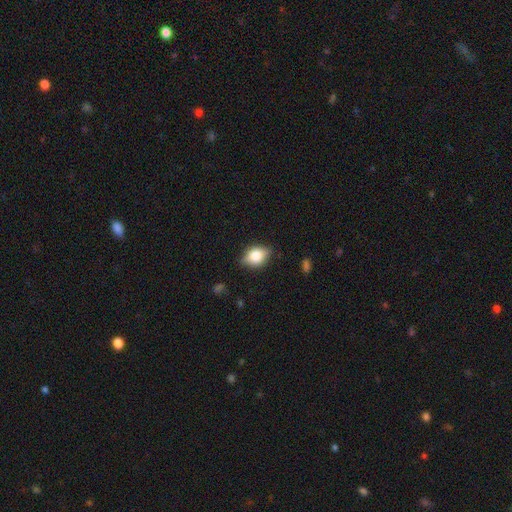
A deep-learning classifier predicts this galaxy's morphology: smooth_or_featured: smooth (p=0.70) [alt: featured or disk p=0.22]
how_rounded: in between (p=0.75) [alt: round p=0.22]
merging: none (p=0.77) [alt: minor disturbance p=0.18]